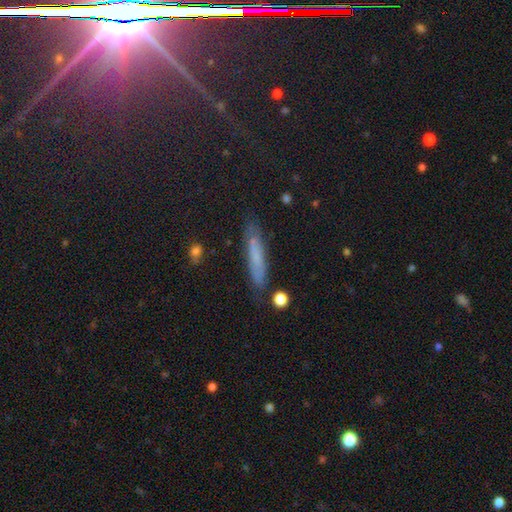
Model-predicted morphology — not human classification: Smooth or featured? Predicted: smooth (p=0.54). How rounded? Predicted: cigar-shaped (p=0.85). Merging? Predicted: none (p=0.80).